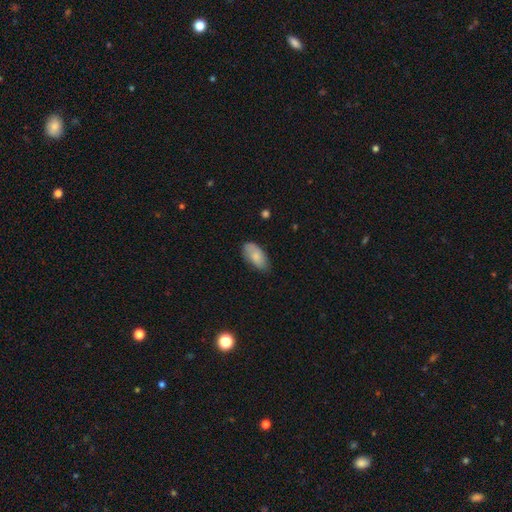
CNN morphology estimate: smooth-or-featured: smooth: 78% | featured or disk: 16% | star or artifact: 6%
  how-rounded: in between: 94% | cigar-shaped: 3% | round: 3%
  merging: none: 70% | minor disturbance: 24% | major disturbance: 4% | merger: 1%